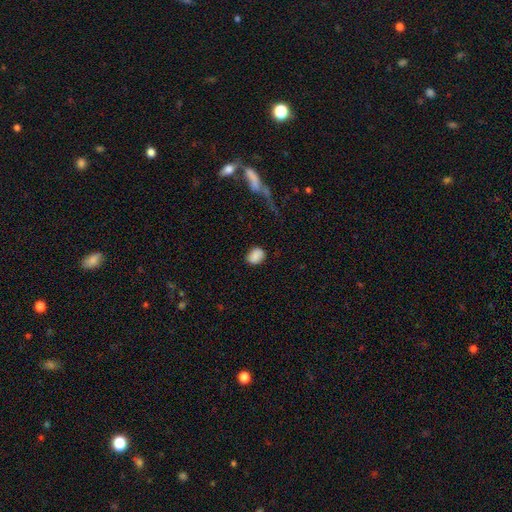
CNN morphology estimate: Overall: smooth (84%). How rounded: in between (60%; round 38%). Merging: none (77%).